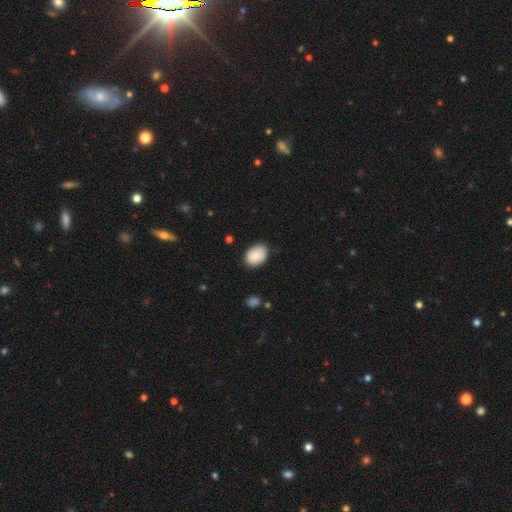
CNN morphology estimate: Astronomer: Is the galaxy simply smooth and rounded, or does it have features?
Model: smooth — 85%.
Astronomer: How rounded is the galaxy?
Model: in between — 79%.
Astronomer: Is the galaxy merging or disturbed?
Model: none — 76%.